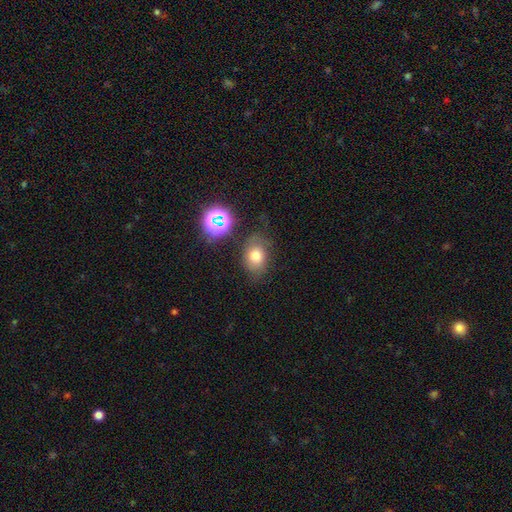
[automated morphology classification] type=smooth (72%); roundness=in between (65%); merging=none (69%).